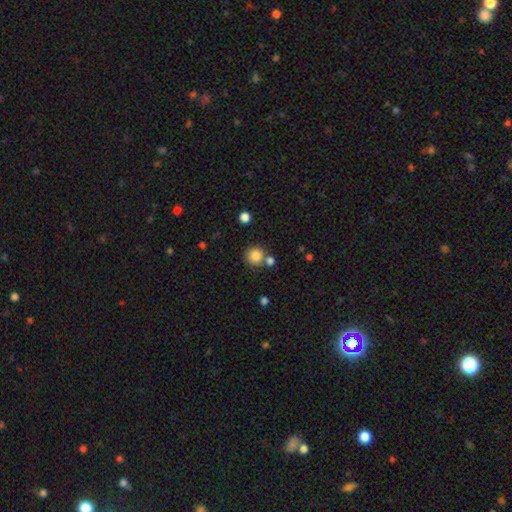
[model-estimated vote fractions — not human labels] Smooth or featured? smooth (85%)
How rounded? round (92%)
Merging? none (69%)